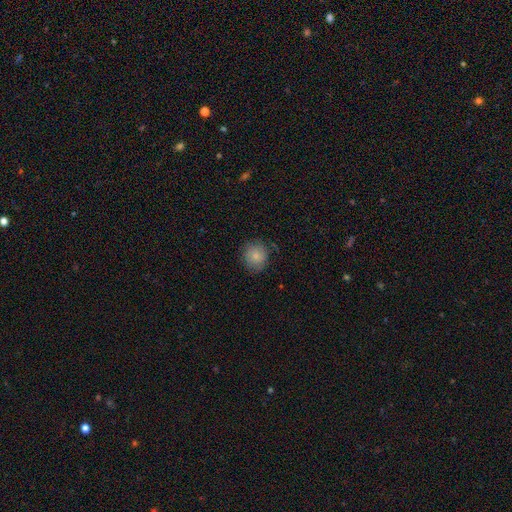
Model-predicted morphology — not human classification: Smooth or featured? Predicted: smooth (p=0.82). How rounded? Predicted: round (p=0.88). Merging? Predicted: none (p=0.79).